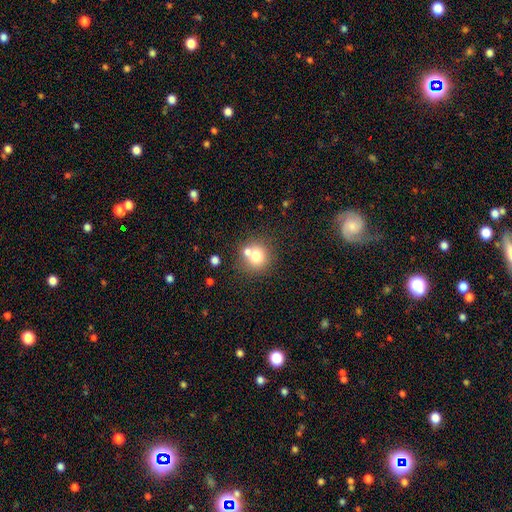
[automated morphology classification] Overall: smooth (72%). How rounded: round (87%). Merging: none (56%; merger 31%).